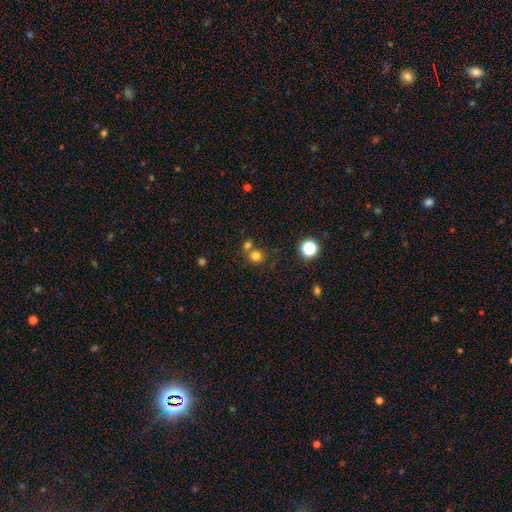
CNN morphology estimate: The model was most divided on "merging": none: 58%, merger: 31%, minor disturbance: 8%, major disturbance: 3%. More confident: how rounded — round (86%); smooth or featured — smooth (76%).